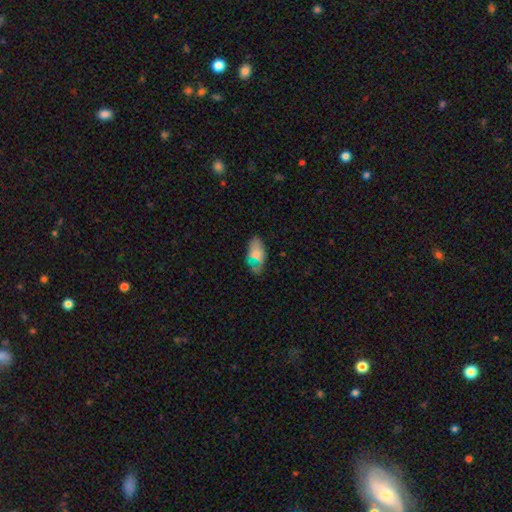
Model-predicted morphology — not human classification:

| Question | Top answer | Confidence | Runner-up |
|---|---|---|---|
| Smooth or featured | smooth | 61% | featured or disk (31%) |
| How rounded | in between | 93% | round (4%) |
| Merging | none | 49% | minor disturbance (31%) |